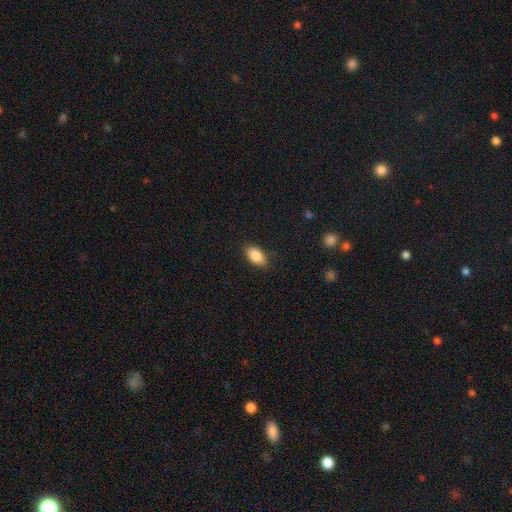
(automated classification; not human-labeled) Smooth or featured: smooth — 87% (star or artifact — 7%)
How rounded: in between — 92% (round — 5%)
Merging: none — 86% (minor disturbance — 10%)